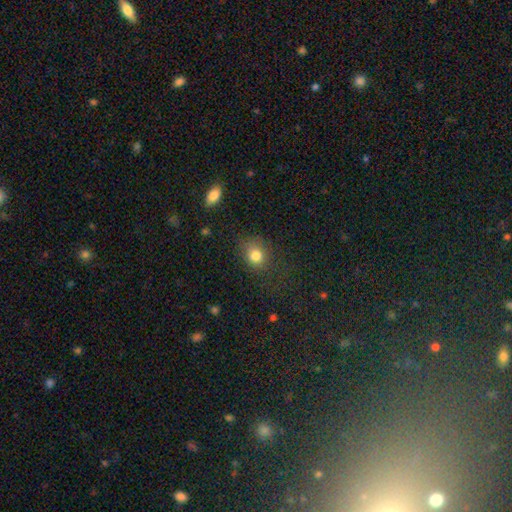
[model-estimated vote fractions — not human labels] Morphology: type=smooth (82%); roundness=round (66%); merging=none (71%).